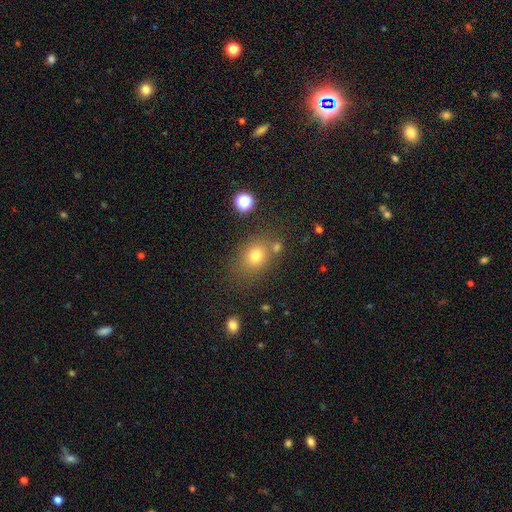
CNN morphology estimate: This is likely a smooth galaxy (74%). How rounded: possibly in between (50%). Merging: likely none (69%).